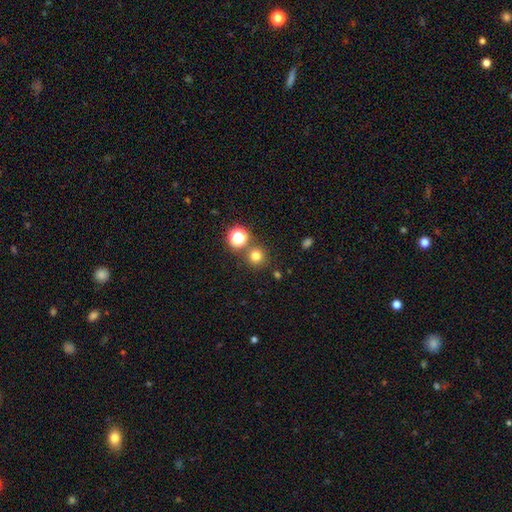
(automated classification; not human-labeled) A smooth galaxy with no disk features (75%) that is round (94%).

Vote fractions:
- Smooth or featured? smooth: 75% / star or artifact: 19% / featured or disk: 6%
- How rounded? round: 94% / in between: 5% / cigar-shaped: 1%
- Merging? none: 80% / merger: 11% / minor disturbance: 7% / major disturbance: 3%